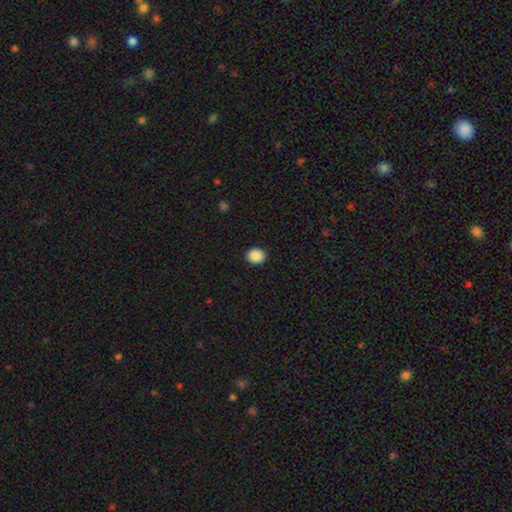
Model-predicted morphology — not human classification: Smooth or featured: smooth — 89% (star or artifact — 8%)
How rounded: round — 67% (in between — 32%)
Merging: none — 91% (minor disturbance — 6%)